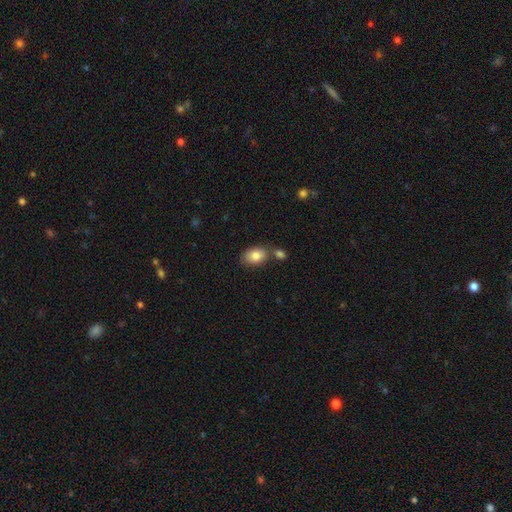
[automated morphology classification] smooth-or-featured: smooth: 82% | featured or disk: 10% | star or artifact: 8%
  how-rounded: in between: 83% | round: 16% | cigar-shaped: 1%
  merging: none: 59% | merger: 24% | minor disturbance: 13% | major disturbance: 4%